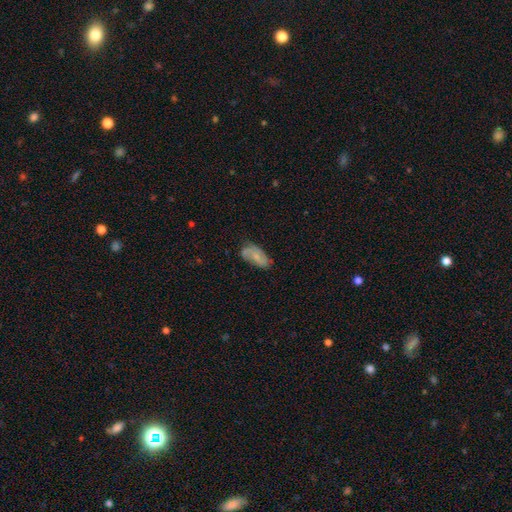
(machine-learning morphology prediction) smooth_or_featured: smooth (p=0.47) [alt: featured or disk p=0.45]
merging: none (p=0.59) [alt: minor disturbance p=0.29]